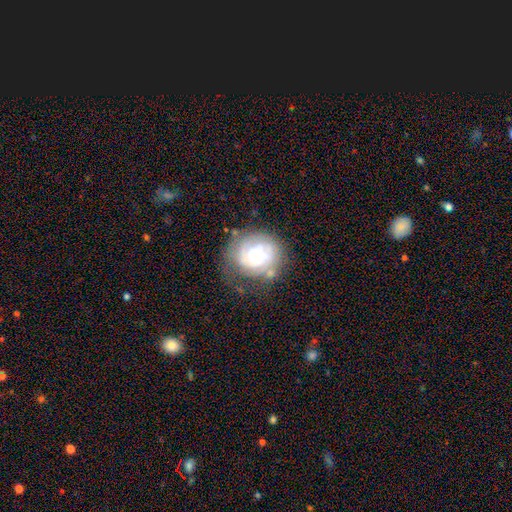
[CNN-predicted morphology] This appears to be a featured or disk galaxy (66%) with no bar (75%), spiral arms (76%) and a small central bulge (49%). Merging: none (57%).